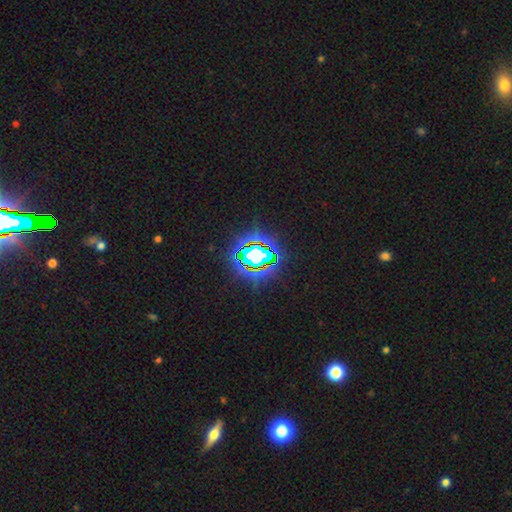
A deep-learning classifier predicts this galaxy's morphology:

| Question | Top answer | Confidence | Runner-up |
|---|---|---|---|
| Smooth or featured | star or artifact | 72% | smooth (16%) |